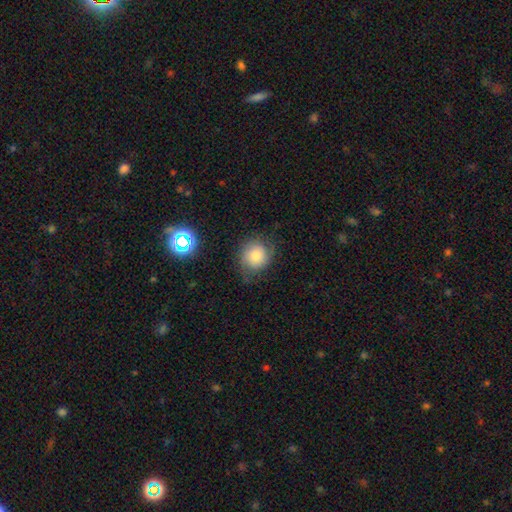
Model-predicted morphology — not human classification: Smooth or featured? smooth (70%)
How rounded? round (85%)
Merging? none (68%)